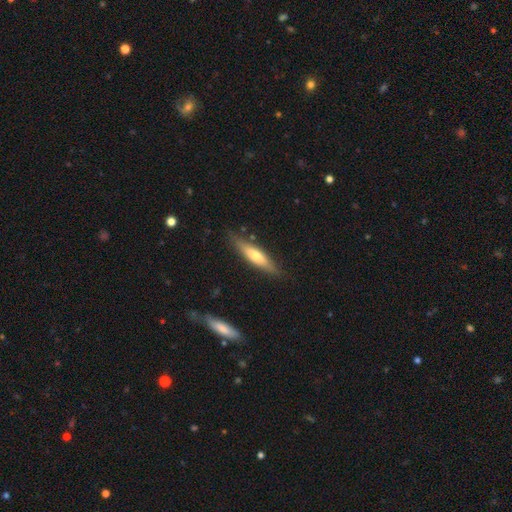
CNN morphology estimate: Q: Smooth or featured?
A: smooth (53%); runner-up: featured or disk (41%)
Q: How rounded?
A: cigar-shaped (75%); runner-up: in between (23%)
Q: Merging?
A: none (82%); runner-up: minor disturbance (13%)